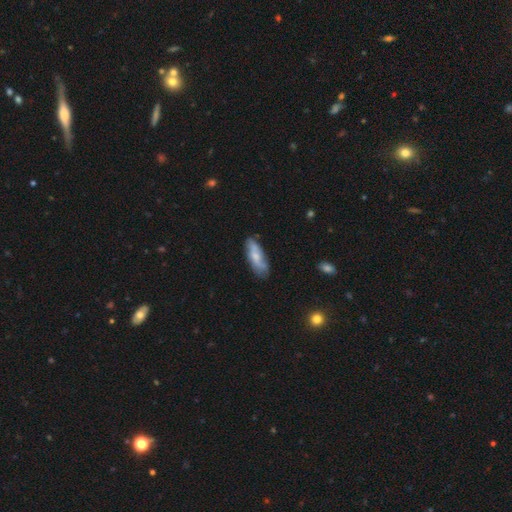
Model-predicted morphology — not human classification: A smooth galaxy with no disk features (53%) that is in between round and cigar-shaped (61%).

Vote fractions:
- Smooth or featured? smooth: 53% / featured or disk: 40% / star or artifact: 6%
- How rounded? in between: 61% / cigar-shaped: 37% / round: 2%
- Merging? none: 68% / minor disturbance: 24% / major disturbance: 6% / merger: 2%